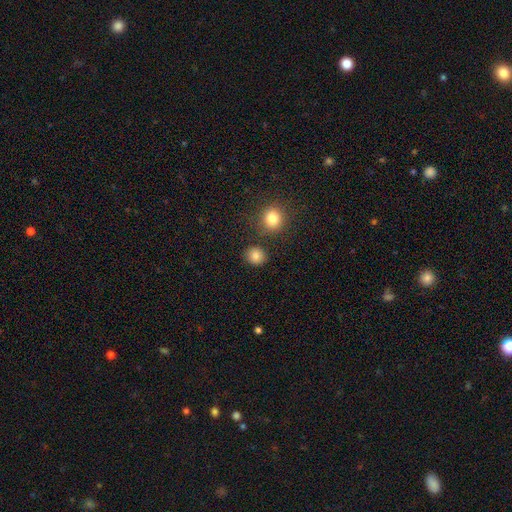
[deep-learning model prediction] Smooth or featured: smooth — 83% (star or artifact — 12%)
How rounded: round — 86% (in between — 13%)
Merging: none — 84% (minor disturbance — 8%)